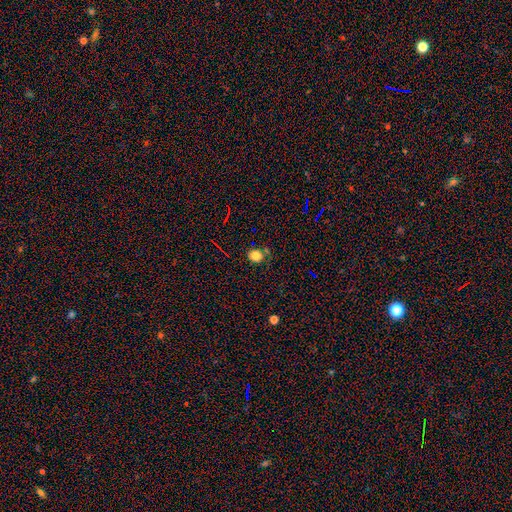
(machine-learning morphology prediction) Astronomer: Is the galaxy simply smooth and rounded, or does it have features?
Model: smooth — 78%.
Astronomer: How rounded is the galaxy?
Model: round — 67%.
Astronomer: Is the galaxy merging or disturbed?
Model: none — 74%.